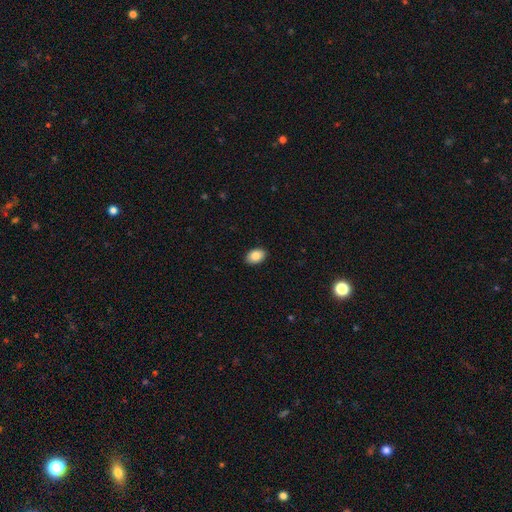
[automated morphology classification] Overall: smooth (88%). How rounded: in between (84%). Merging: none (90%).